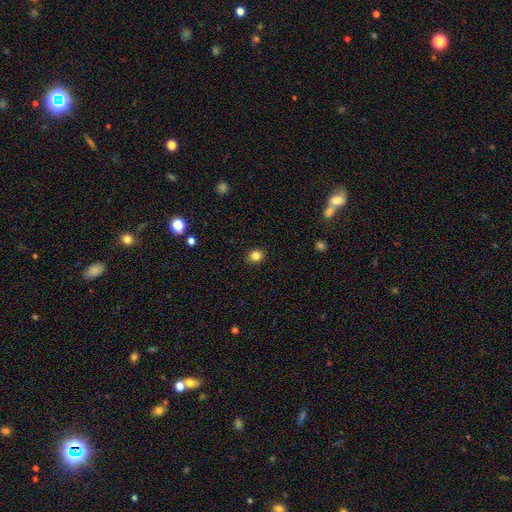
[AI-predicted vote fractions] smooth-or-featured: smooth: 84% | star or artifact: 12% | featured or disk: 5%
  how-rounded: round: 77% | in between: 22% | cigar-shaped: 1%
  merging: none: 91% | minor disturbance: 7% | major disturbance: 2% | merger: 1%